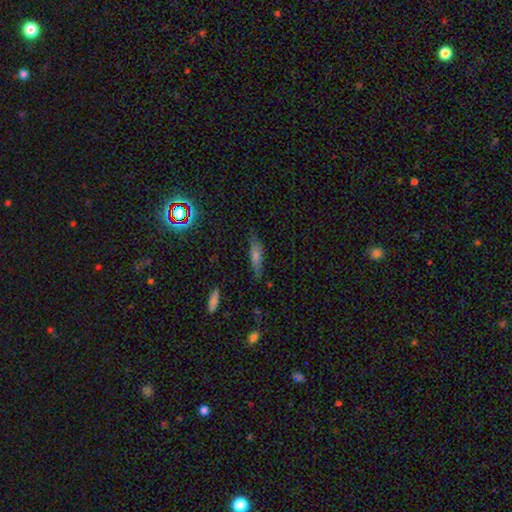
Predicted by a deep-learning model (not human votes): The model was most divided on "smooth or featured": smooth: 55%, featured or disk: 28%, star or artifact: 16%. More confident: merging — none (77%); how rounded — cigar-shaped (69%).